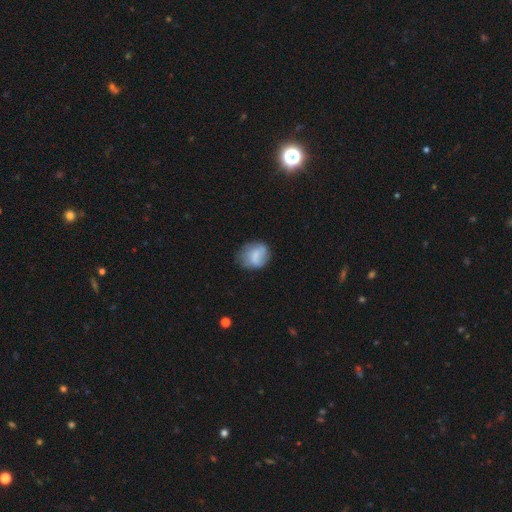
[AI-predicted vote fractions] smooth_or_featured: smooth (p=0.65) [alt: featured or disk p=0.26]
how_rounded: round (p=0.55) [alt: in between p=0.43]
merging: none (p=0.56) [alt: minor disturbance p=0.29]